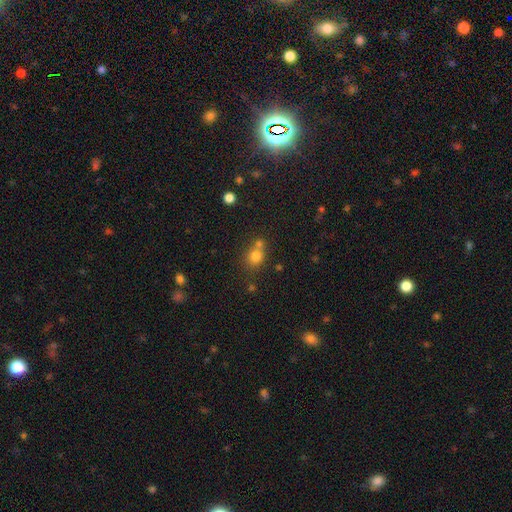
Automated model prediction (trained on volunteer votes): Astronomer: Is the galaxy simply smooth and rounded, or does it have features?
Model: smooth — 76%.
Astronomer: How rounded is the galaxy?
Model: round — 71%.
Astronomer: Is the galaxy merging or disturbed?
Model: none — 53% (runner-up: merger, 33%).